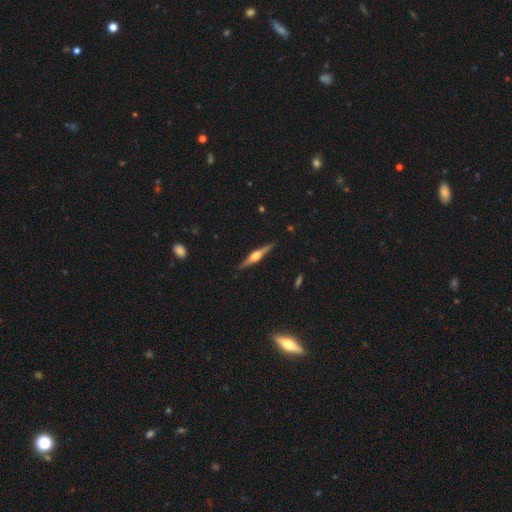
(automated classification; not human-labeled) The model was most divided on "smooth or featured": featured or disk: 80%, smooth: 14%, star or artifact: 5%. More confident: edge-on disk — yes (98%); edge-on bulge — rounded (91%); merging — none (90%).